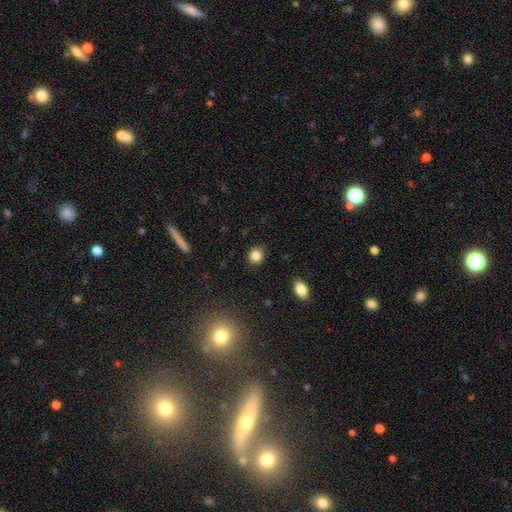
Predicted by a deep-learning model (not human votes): Morphology: type=smooth (85%); roundness=round (76%); merging=none (87%).